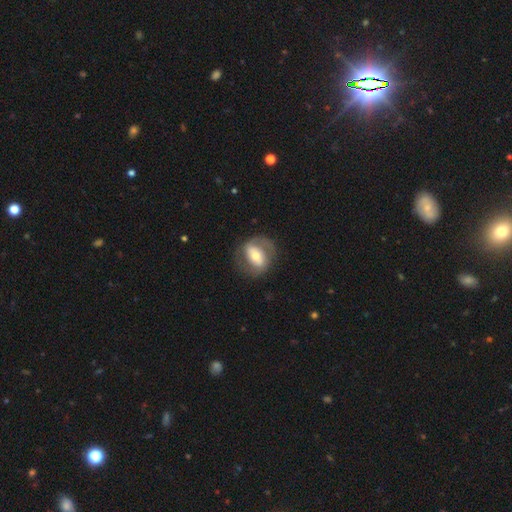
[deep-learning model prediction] smooth_or_featured: featured or disk (p=0.63) [alt: smooth p=0.31]
disk_edge_on: no (p=0.94) [alt: yes p=0.06]
bar: strong (p=0.43) [alt: weak p=0.30]
has_spiral_arms: yes (p=0.63) [alt: no p=0.37]
bulge_size: moderate (p=0.62) [alt: small p=0.25]
merging: none (p=0.72) [alt: minor disturbance p=0.16]